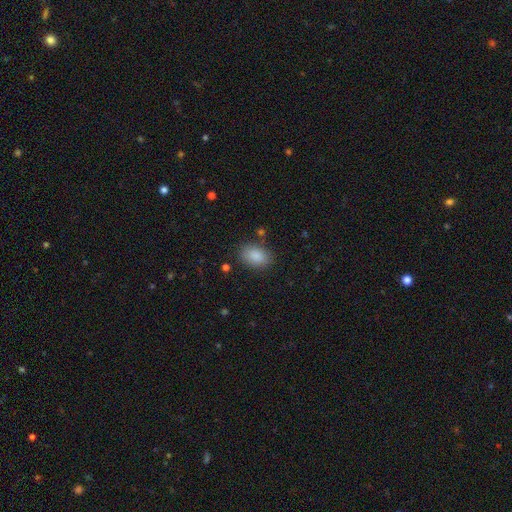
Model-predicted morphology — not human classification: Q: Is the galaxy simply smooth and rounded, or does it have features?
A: smooth — 87%.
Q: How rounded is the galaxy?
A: in between — 86%.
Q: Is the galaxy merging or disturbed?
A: none — 81%.